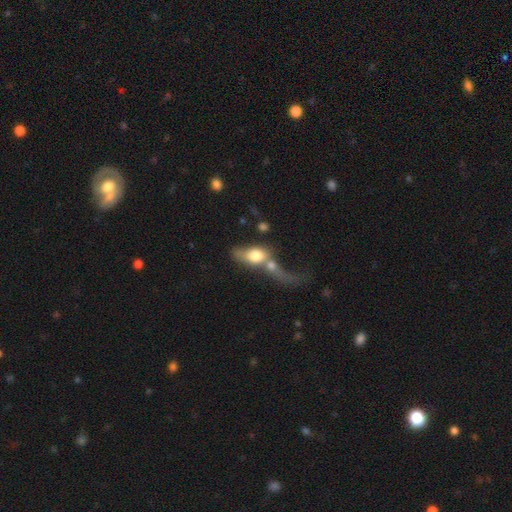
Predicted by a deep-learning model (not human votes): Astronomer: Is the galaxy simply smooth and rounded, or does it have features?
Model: smooth — 65%.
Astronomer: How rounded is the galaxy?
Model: in between — 73%.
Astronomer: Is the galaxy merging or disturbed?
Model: merger — 61%.